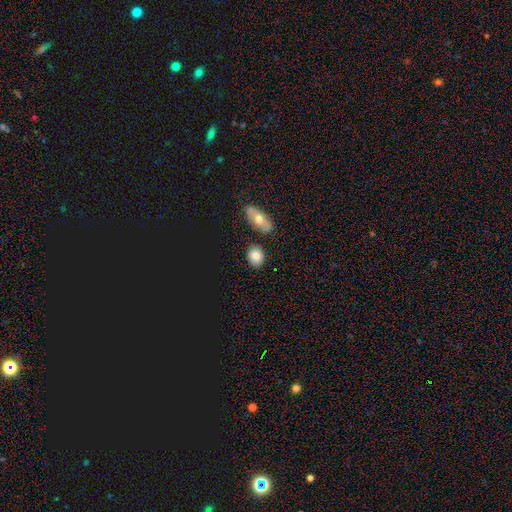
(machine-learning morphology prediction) A smooth galaxy with no disk features (82%) that is in between round and cigar-shaped (53%).

Vote fractions:
- Smooth or featured? smooth: 82% / star or artifact: 10% / featured or disk: 8%
- How rounded? in between: 53% / round: 45% / cigar-shaped: 2%
- Merging? none: 81% / minor disturbance: 10% / merger: 6% / major disturbance: 3%